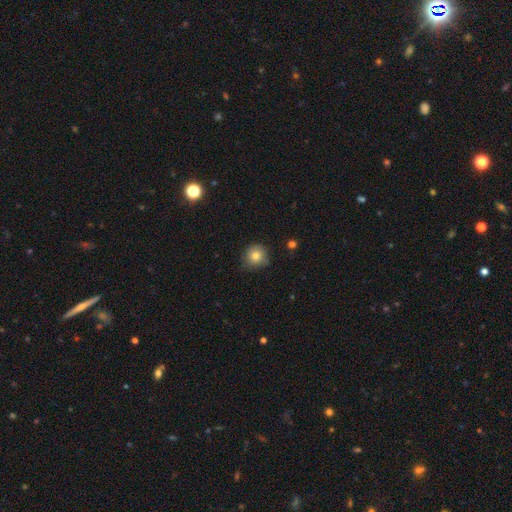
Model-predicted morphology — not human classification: This is likely a smooth galaxy (80%). How rounded: clearly round (91%). Merging: likely none (73%).